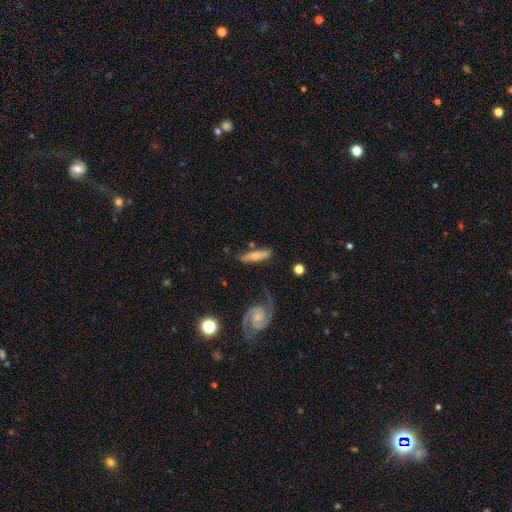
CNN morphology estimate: Smooth or featured? featured or disk (57%)
Edge-on disk? no (52%)
Merging? none (62%)